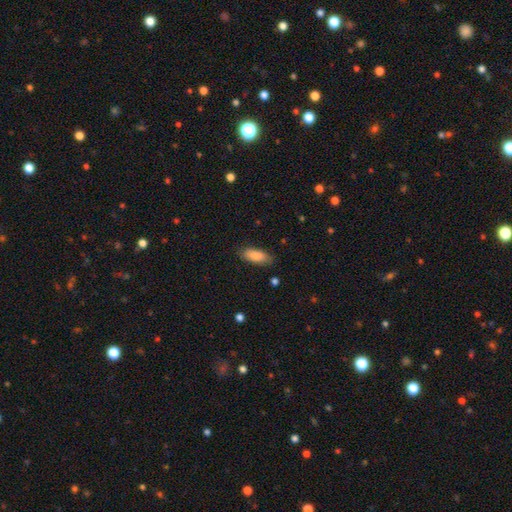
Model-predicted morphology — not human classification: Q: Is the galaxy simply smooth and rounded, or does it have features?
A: smooth — 85%.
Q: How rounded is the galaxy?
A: in between — 80%.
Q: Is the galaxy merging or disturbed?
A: none — 81%.